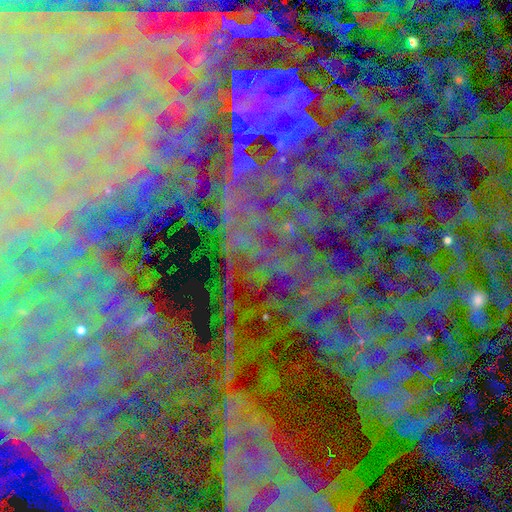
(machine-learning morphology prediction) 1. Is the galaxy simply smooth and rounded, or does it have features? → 87% star or artifact, 7% featured or disk, 6% smooth.